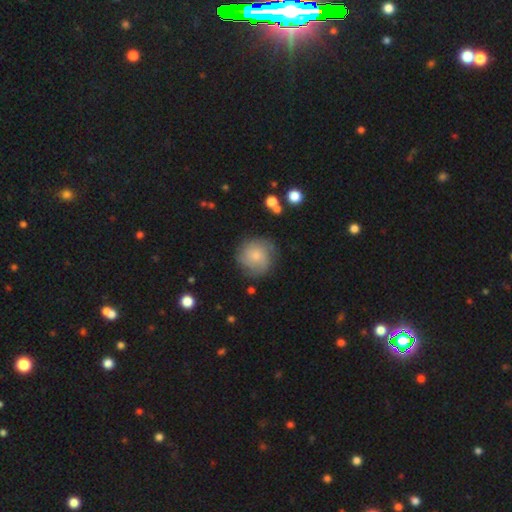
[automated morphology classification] A featured or disk galaxy (49%). Merging: none (74%).